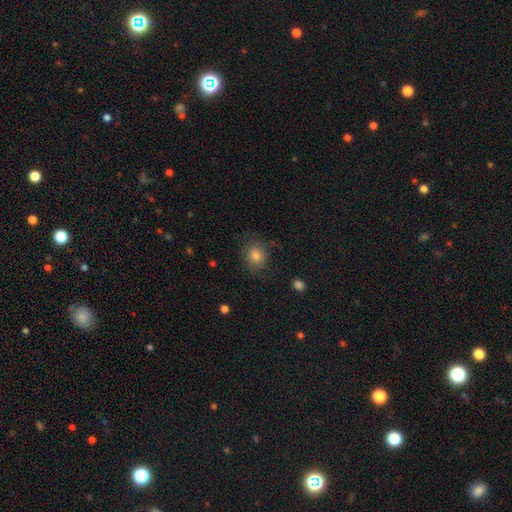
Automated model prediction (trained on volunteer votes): Morphology: type=smooth (76%); roundness=round (71%); merging=none (71%).